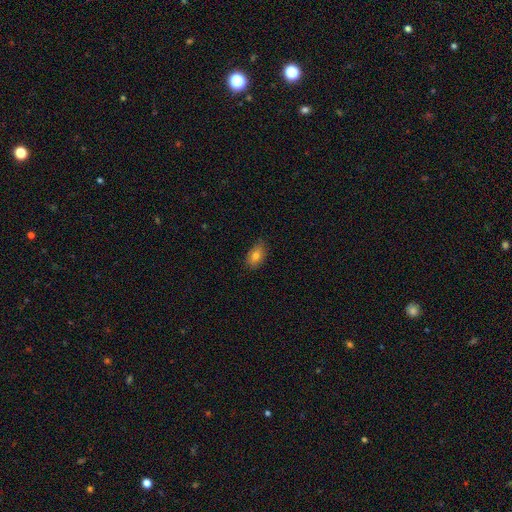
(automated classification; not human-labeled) smooth-or-featured: smooth: 78% | featured or disk: 13% | star or artifact: 9%
  how-rounded: in between: 87% | round: 10% | cigar-shaped: 3%
  merging: none: 81% | minor disturbance: 15% | major disturbance: 2% | merger: 1%